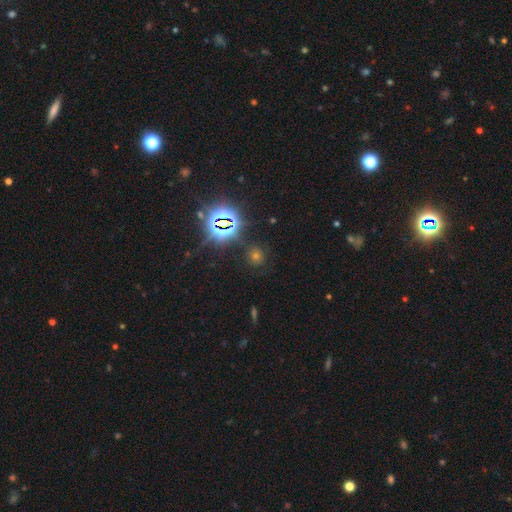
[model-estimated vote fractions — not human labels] smooth-or-featured: star or artifact: 57% | smooth: 34% | featured or disk: 9%